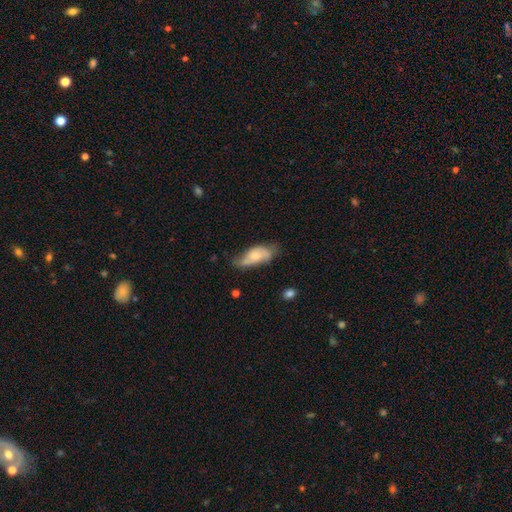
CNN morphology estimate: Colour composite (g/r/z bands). It shows a smooth galaxy with no disk features (50%). Merging: none (47%).